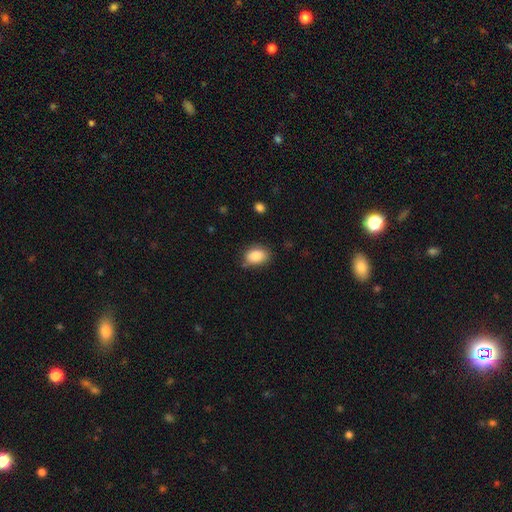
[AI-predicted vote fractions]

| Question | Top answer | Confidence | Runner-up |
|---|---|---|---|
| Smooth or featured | smooth | 87% | star or artifact (8%) |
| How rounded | in between | 82% | round (17%) |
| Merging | none | 75% | minor disturbance (18%) |